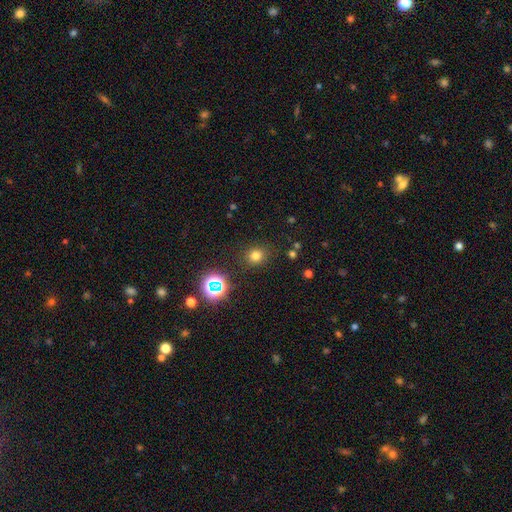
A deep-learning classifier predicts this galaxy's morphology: type=smooth (72%); roundness=round (84%); merging=none (86%).